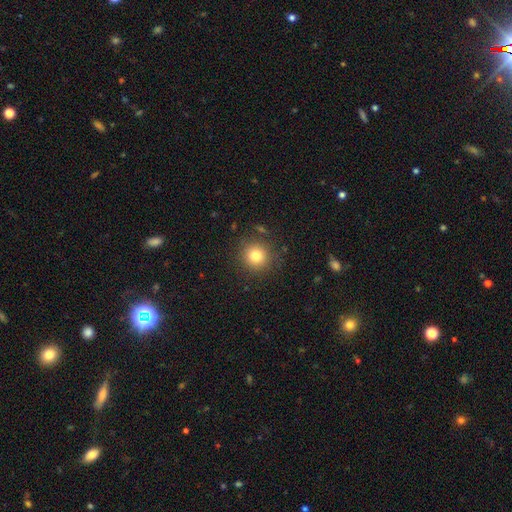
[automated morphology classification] This appears to be a smooth galaxy with no disk features (80%) that is round (93%). Merging: none (88%).